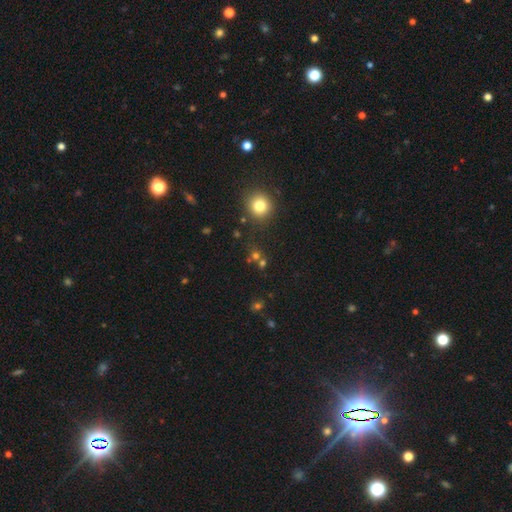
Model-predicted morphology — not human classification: smooth_or_featured: smooth (p=0.62) [alt: star or artifact p=0.28]
how_rounded: round (p=0.86) [alt: in between p=0.13]
merging: none (p=0.65) [alt: merger p=0.22]